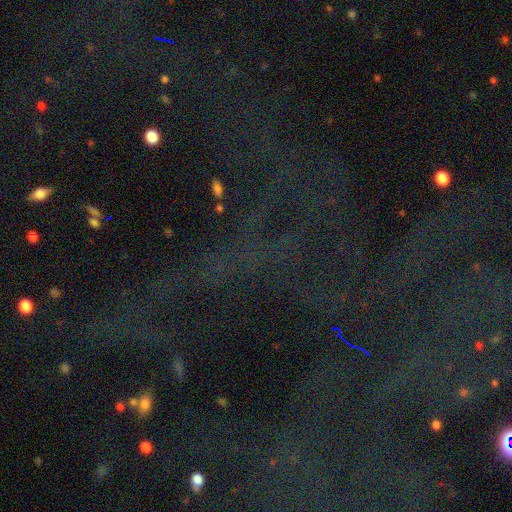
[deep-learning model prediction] Q: Smooth or featured?
A: star or artifact (79%); runner-up: smooth (11%)